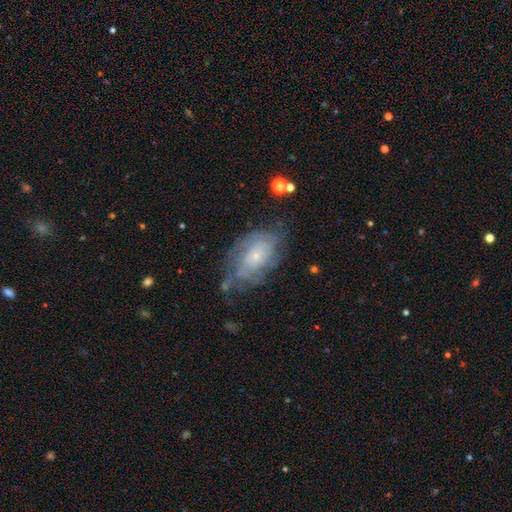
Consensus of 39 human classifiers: A featured or disk galaxy (56%) with no bar (65%), tight (71%) spiral arms (82%) and a moderate central bulge (47%).

Vote fractions:
- Smooth or featured? featured or disk: 56% / smooth: 33% / star or artifact: 10%
- Edge-on disk? no: 77% / yes: 23%
- Bar? no: 65% / strong: 18% / weak: 18%
- Spiral arms? yes: 82% / no: 18%
- Spiral winding? tight: 71% / medium: 29% / loose: 0%
- Spiral arm count? can't tell: 64% / 2: 21% / 3: 7% / 4: 7% / 1: 0% / more than 4: 0%
- Bulge size? moderate: 47% / small: 24% / large: 18% / none: 12% / dominant: 0%
- Merging? none: 69% / minor disturbance: 23% / major disturbance: 6% / merger: 3%